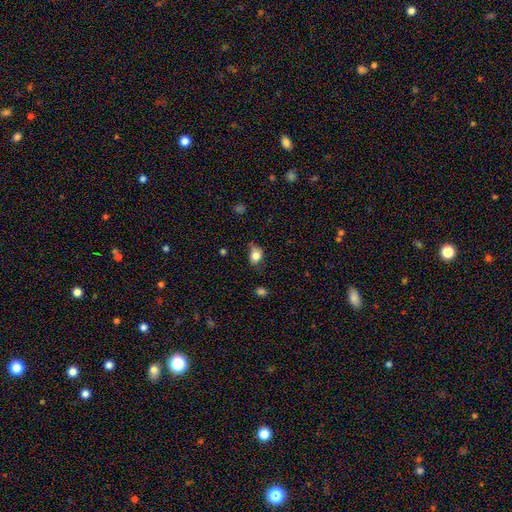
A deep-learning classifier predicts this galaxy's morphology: A smooth galaxy with no disk features (80%) that is in between round and cigar-shaped (59%).

Vote fractions:
- Smooth or featured? smooth: 80% / featured or disk: 11% / star or artifact: 10%
- How rounded? in between: 59% / round: 40% / cigar-shaped: 1%
- Merging? none: 51% / minor disturbance: 35% / major disturbance: 10% / merger: 3%